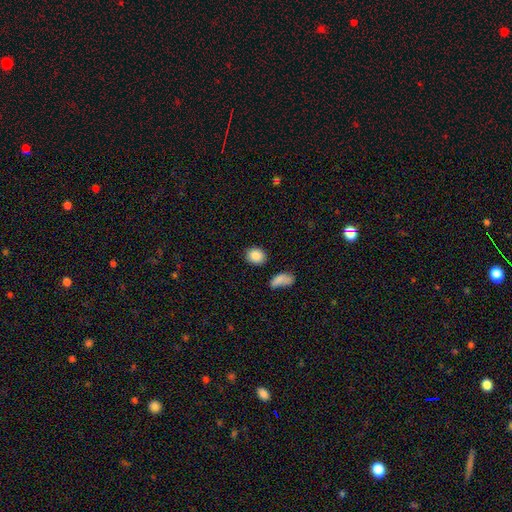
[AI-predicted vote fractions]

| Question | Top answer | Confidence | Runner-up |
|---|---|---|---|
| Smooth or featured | smooth | 87% | star or artifact (8%) |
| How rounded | round | 62% | in between (36%) |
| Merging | none | 82% | minor disturbance (10%) |